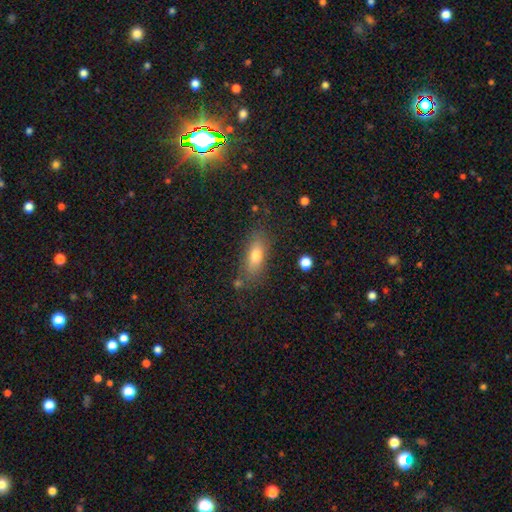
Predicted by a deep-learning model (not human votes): smooth_or_featured: smooth (p=0.73) [alt: featured or disk p=0.17]
how_rounded: in between (p=0.73) [alt: cigar-shaped p=0.23]
merging: none (p=0.76) [alt: minor disturbance p=0.15]